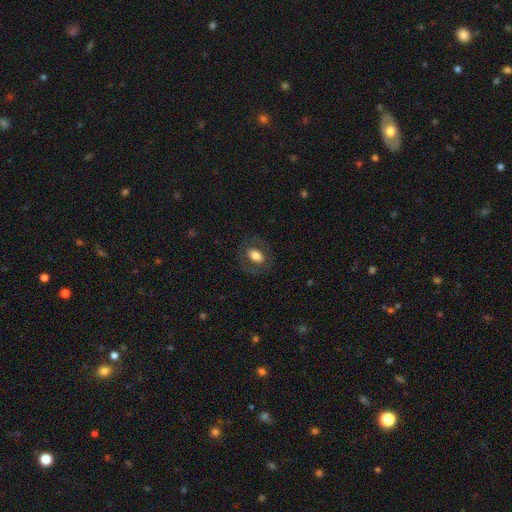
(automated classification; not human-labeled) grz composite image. It shows a smooth galaxy with no disk features (65%) that is in between round and cigar-shaped (78%). Merging: none (79%).